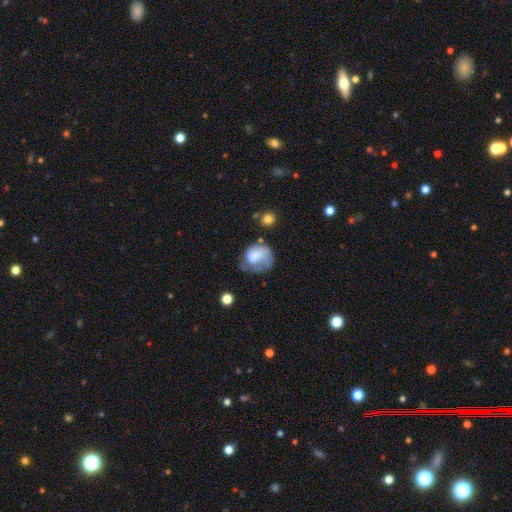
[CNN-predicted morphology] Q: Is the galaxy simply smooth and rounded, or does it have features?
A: smooth — 57%.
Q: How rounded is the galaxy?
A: round — 61%.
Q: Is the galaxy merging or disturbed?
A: major disturbance — 36%.